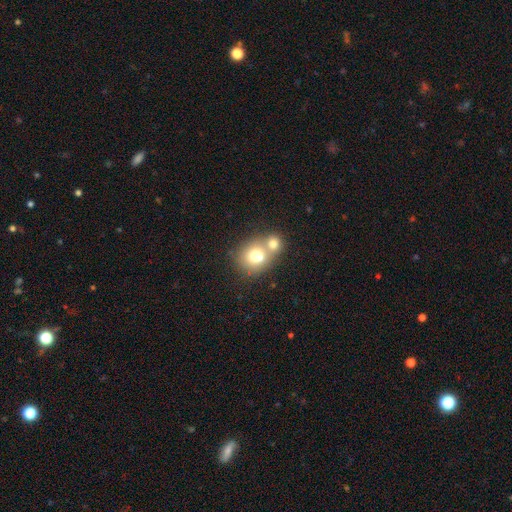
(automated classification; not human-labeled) A smooth galaxy with no disk features (73%) that is round (69%).

Vote fractions:
- Smooth or featured? smooth: 73% / featured or disk: 17% / star or artifact: 10%
- How rounded? round: 69% / in between: 30% / cigar-shaped: 1%
- Merging? merger: 57% / none: 33% / minor disturbance: 7% / major disturbance: 3%